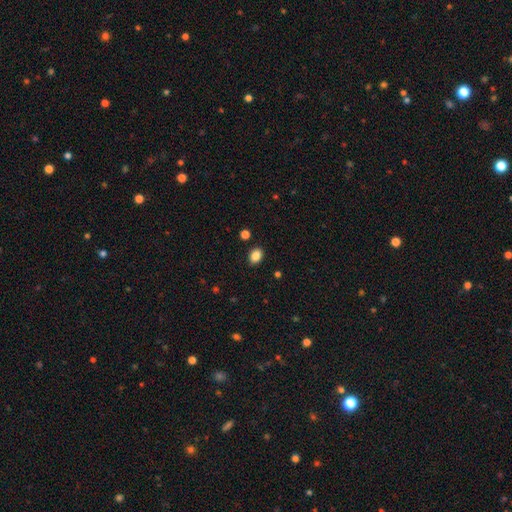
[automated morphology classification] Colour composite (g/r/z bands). It shows a smooth galaxy with no disk features (86%) that is in between round and cigar-shaped (73%). Merging: none (88%).